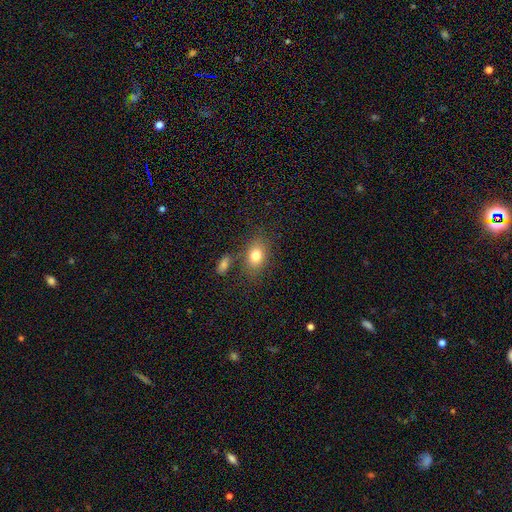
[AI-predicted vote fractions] Smooth or featured?
  - smooth: 78% *
  - featured or disk: 12%
  - star or artifact: 10%
How rounded?
  - in between: 77% *
  - round: 21%
  - cigar-shaped: 2%
Merging?
  - none: 74% *
  - minor disturbance: 14%
  - merger: 7%
  - major disturbance: 5%